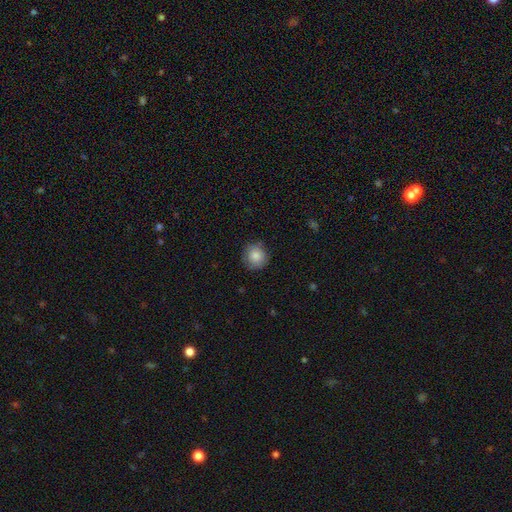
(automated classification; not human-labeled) smooth 85%, star or artifact 8%, featured or disk 7%. Down the decision tree: how rounded — round (91%); merging — none (81%).